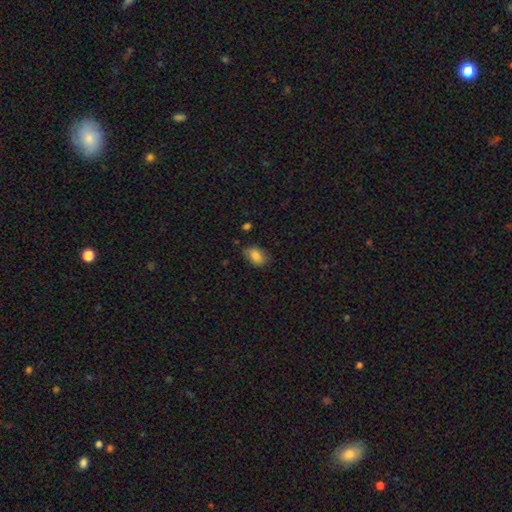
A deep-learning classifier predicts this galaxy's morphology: This appears to be a smooth galaxy with no disk features (83%) that is in between round and cigar-shaped (87%). Merging: none (76%).